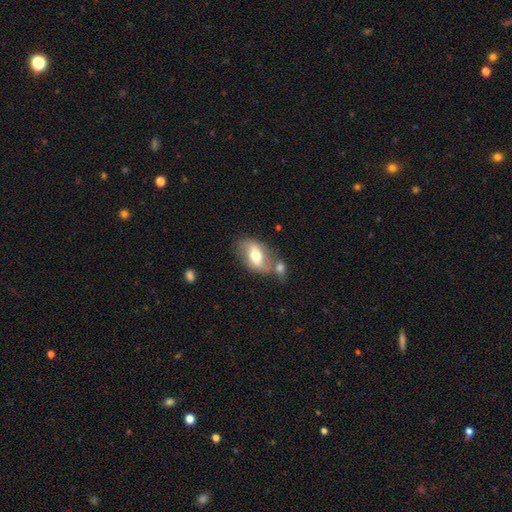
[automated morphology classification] A smooth galaxy with no disk features (59%) that is in between round and cigar-shaped (88%). Merging: none (45%).